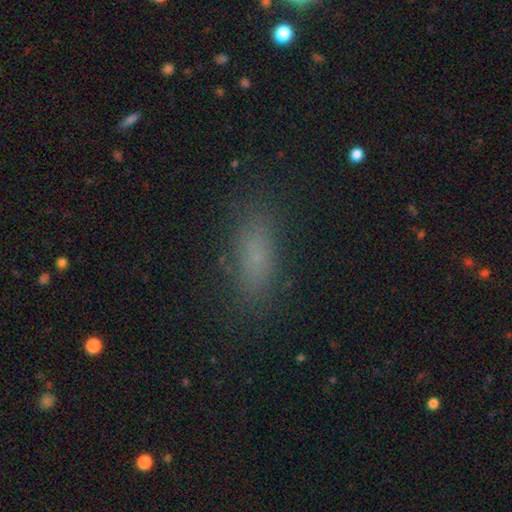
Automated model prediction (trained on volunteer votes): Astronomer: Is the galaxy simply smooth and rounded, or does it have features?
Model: smooth — 75%.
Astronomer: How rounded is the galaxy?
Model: in between — 65%.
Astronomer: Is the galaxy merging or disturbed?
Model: none — 82%.